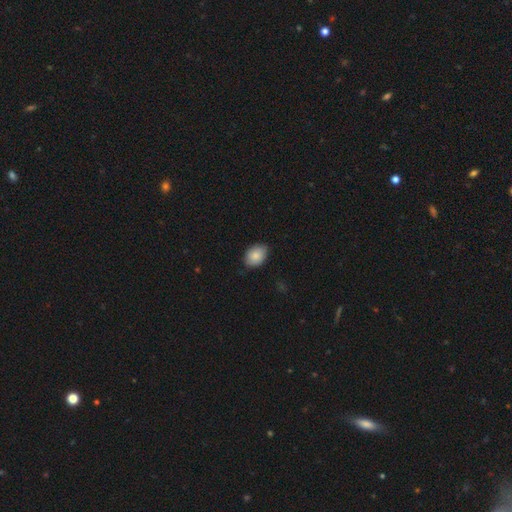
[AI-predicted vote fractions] Morphology: type=smooth (87%); roundness=in between (74%); merging=none (82%).